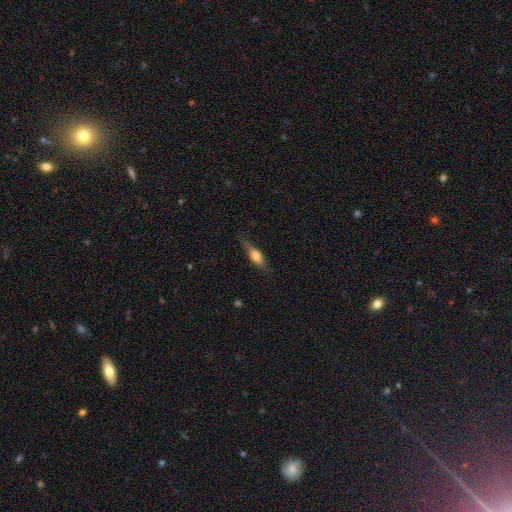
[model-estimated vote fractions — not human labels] A smooth galaxy with no disk features (57%) that is cigar-shaped (53%).

Vote fractions:
- Smooth or featured? smooth: 57% / featured or disk: 36% / star or artifact: 7%
- How rounded? cigar-shaped: 53% / in between: 43% / round: 4%
- Merging? none: 77% / minor disturbance: 17% / major disturbance: 5% / merger: 1%